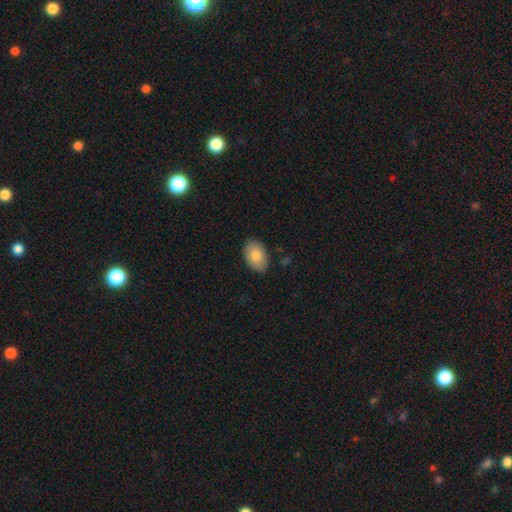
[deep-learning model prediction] Overall: smooth (84%). How rounded: in between (90%). Merging: none (84%).